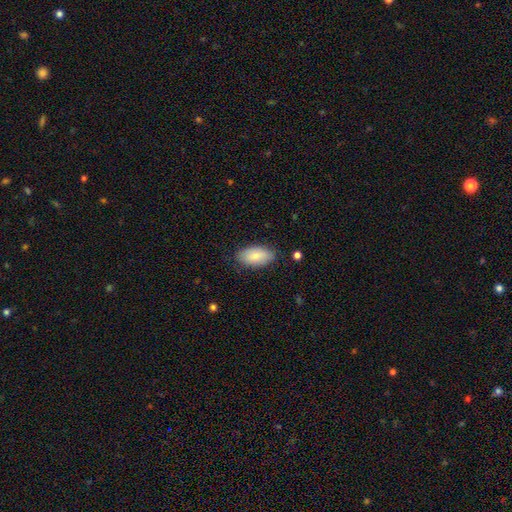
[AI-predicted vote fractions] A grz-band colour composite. It shows a smooth galaxy with no disk features (83%) that is in between round and cigar-shaped (94%). Merging: none (81%).